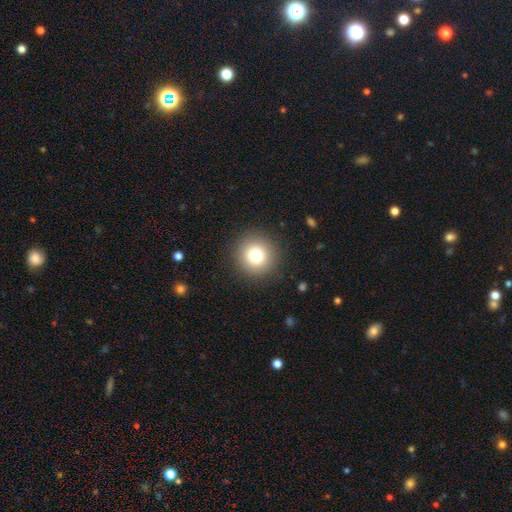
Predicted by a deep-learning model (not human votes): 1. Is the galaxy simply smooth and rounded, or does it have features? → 77% smooth, 12% star or artifact, 10% featured or disk.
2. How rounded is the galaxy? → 95% round, 4% in between, 1% cigar-shaped.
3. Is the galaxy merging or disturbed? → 91% none, 6% minor disturbance, 3% major disturbance, 1% merger.